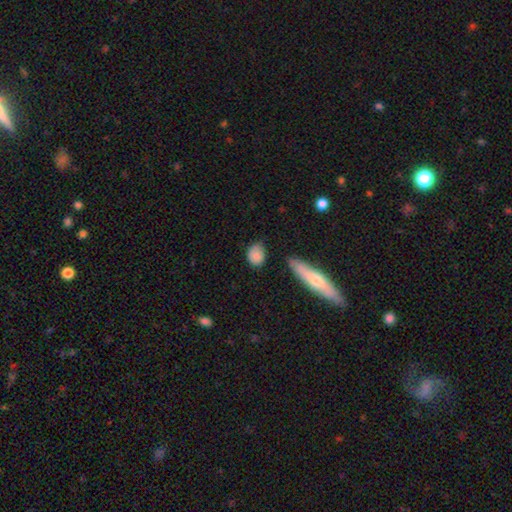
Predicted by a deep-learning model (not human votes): A smooth galaxy with no disk features (85%) that is in between round and cigar-shaped (57%).

Vote fractions:
- Smooth or featured? smooth: 85% / star or artifact: 8% / featured or disk: 7%
- How rounded? in between: 57% / round: 40% / cigar-shaped: 3%
- Merging? none: 69% / minor disturbance: 21% / major disturbance: 5% / merger: 4%